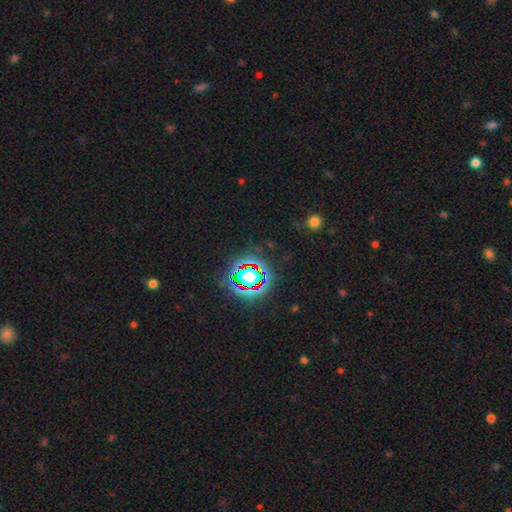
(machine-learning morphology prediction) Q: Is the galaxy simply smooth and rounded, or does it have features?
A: star or artifact — 81%.